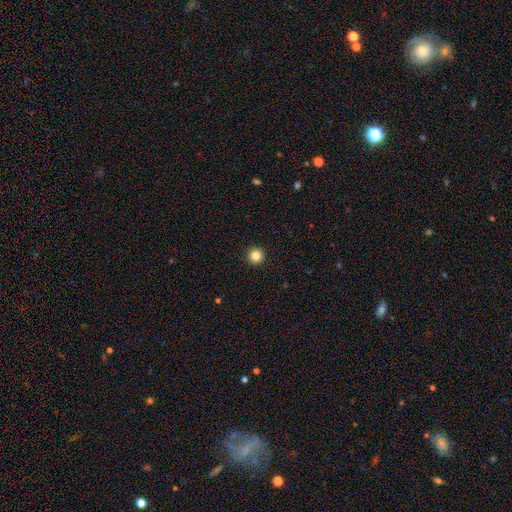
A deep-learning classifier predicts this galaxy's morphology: Smooth or featured? Predicted: smooth (p=0.84). How rounded? Predicted: round (p=0.96). Merging? Predicted: none (p=0.94).